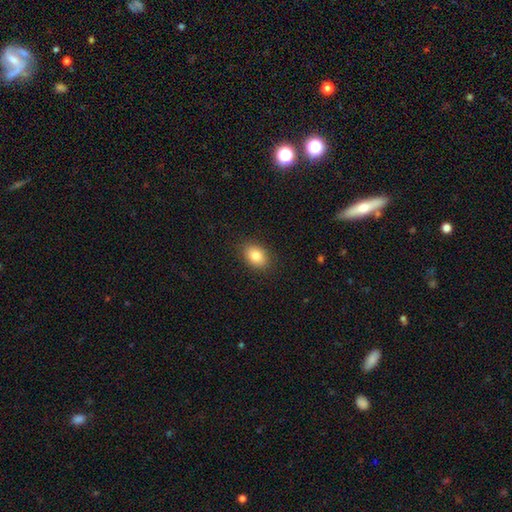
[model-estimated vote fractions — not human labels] smooth_or_featured: smooth (p=0.84) [alt: star or artifact p=0.08]
how_rounded: in between (p=0.78) [alt: round p=0.21]
merging: none (p=0.87) [alt: minor disturbance p=0.09]